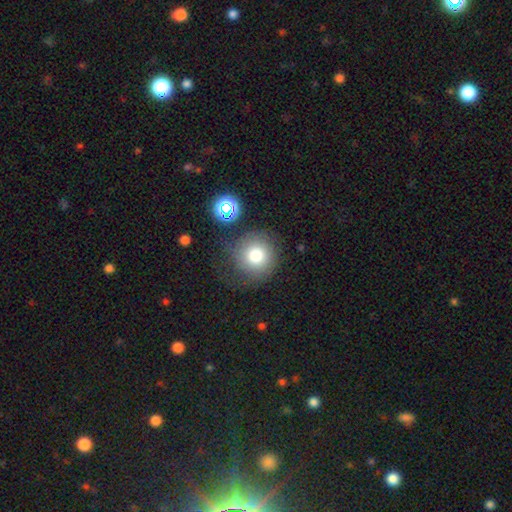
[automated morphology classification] smooth_or_featured: smooth (p=0.76) [alt: star or artifact p=0.12]
how_rounded: round (p=0.94) [alt: in between p=0.05]
merging: none (p=0.70) [alt: minor disturbance p=0.15]